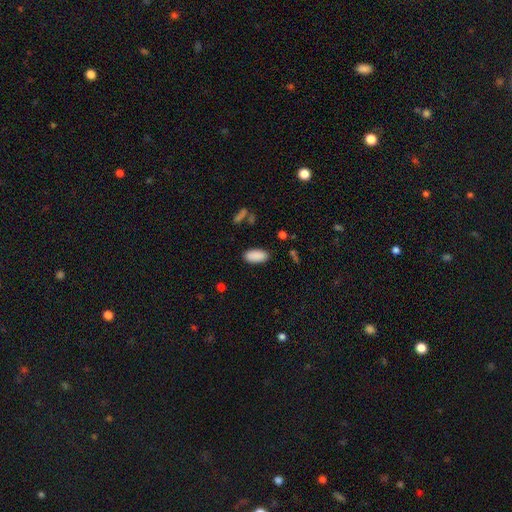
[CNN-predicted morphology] This is clearly a smooth galaxy (89%). How rounded: clearly in between (92%). Merging: clearly none (86%).